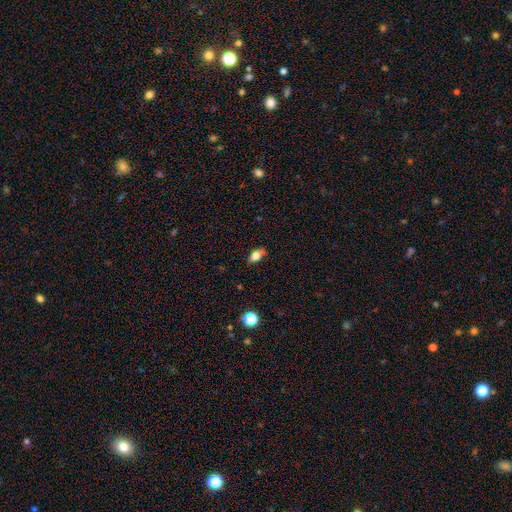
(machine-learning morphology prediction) Smooth or featured? smooth (72%)
How rounded? in between (83%)
Merging? none (75%)